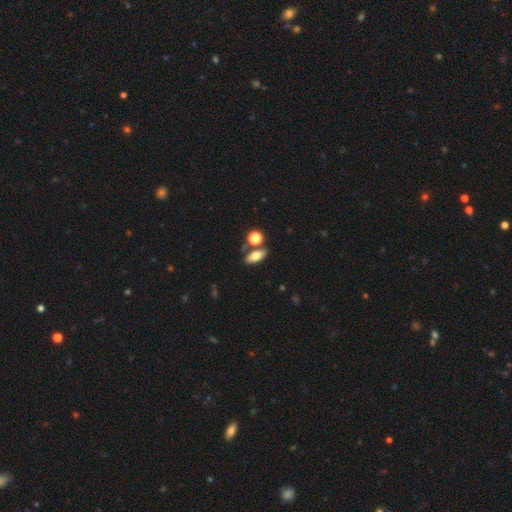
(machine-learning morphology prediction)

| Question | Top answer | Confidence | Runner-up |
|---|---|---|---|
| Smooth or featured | smooth | 71% | featured or disk (19%) |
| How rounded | in between | 80% | cigar-shaped (11%) |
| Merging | none | 68% | merger (16%) |